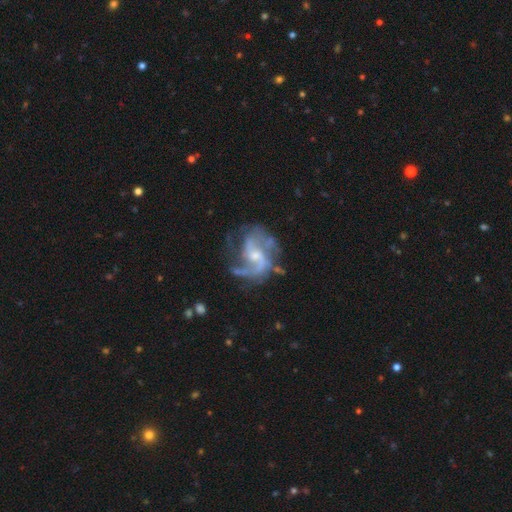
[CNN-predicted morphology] smooth-or-featured: featured or disk: 87% | star or artifact: 6% | smooth: 6%
  disk-edge-on: no: 98% | yes: 2%
    bar: weak: 47% | no: 43% | strong: 10%
    has-spiral-arms: yes: 95% | no: 5%
      spiral-winding: medium: 45% | loose: 41% | tight: 14%
      spiral-arm-count: 2: 63% | can't tell: 12% | 3: 11% | 1: 8% | 4: 3% | more than 4: 3%
    bulge-size: small: 48% | moderate: 41% | none: 7% | large: 3% | dominant: 1%
  merging: none: 54% | major disturbance: 22% | minor disturbance: 20% | merger: 4%